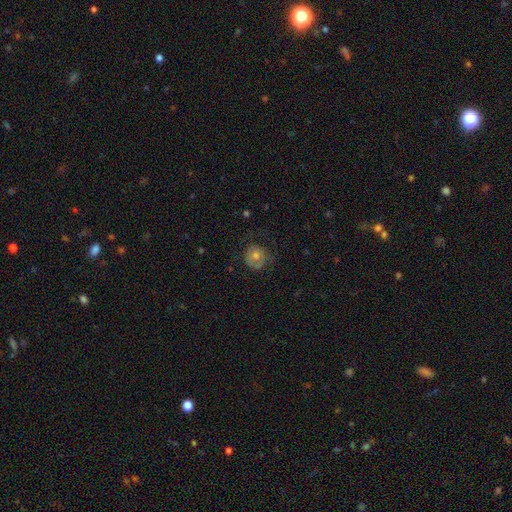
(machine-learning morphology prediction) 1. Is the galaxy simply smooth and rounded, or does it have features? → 58% smooth, 33% featured or disk, 8% star or artifact.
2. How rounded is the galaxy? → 82% round, 17% in between, 1% cigar-shaped.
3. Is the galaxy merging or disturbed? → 52% none, 26% minor disturbance, 21% major disturbance, 2% merger.